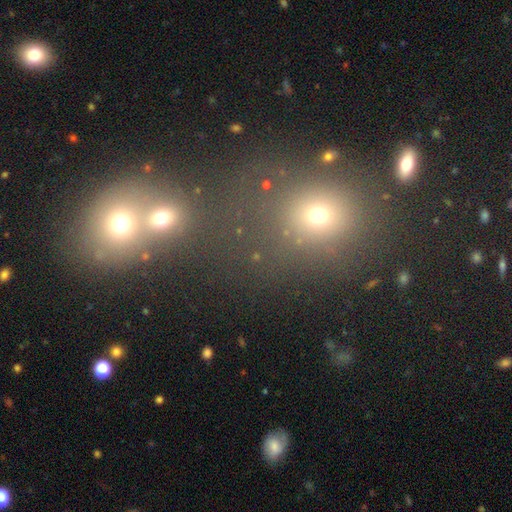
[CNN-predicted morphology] The model was most divided on "smooth or featured": smooth: 55%, star or artifact: 34%, featured or disk: 11%. More confident: how rounded — round (72%); merging — none (55%).